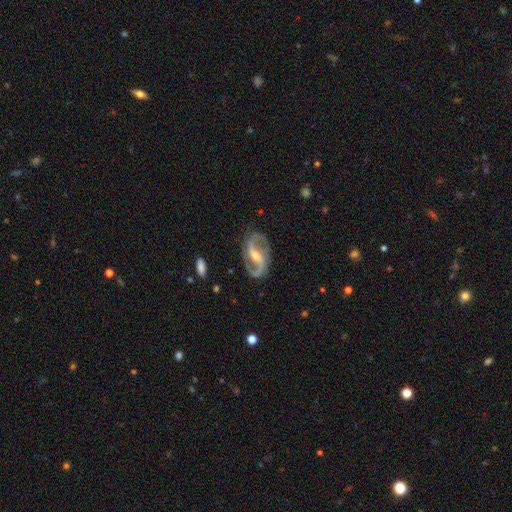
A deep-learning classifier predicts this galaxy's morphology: Smooth or featured? featured or disk (92%)
Edge-on disk? no (97%)
Bar? strong (46%)
Spiral arms? yes (97%)
Spiral winding? medium (50%)
Spiral arm count? 2 (93%)
Bulge size? small (49%)
Merging? none (82%)